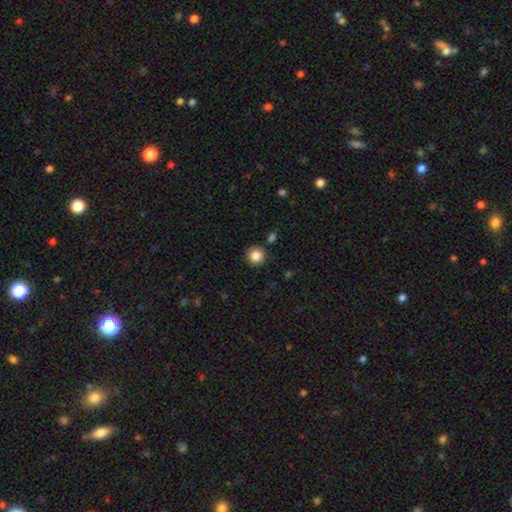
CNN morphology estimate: smooth 85%, star or artifact 10%, featured or disk 5%. Down the decision tree: how rounded — round (95%); merging — none (90%).